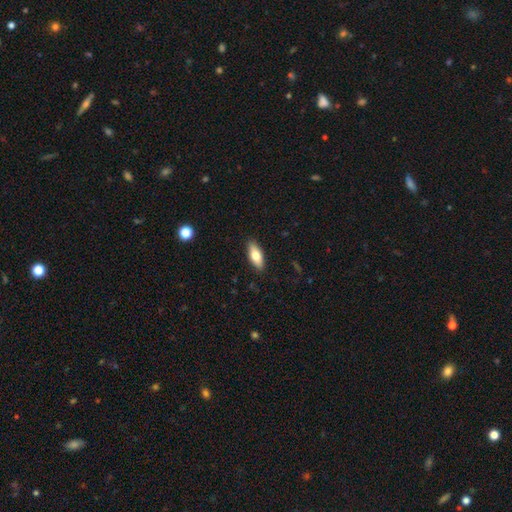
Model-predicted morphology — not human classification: smooth_or_featured: smooth (p=0.75) [alt: featured or disk p=0.19]
how_rounded: in between (p=0.76) [alt: cigar-shaped p=0.22]
merging: none (p=0.89) [alt: minor disturbance p=0.08]